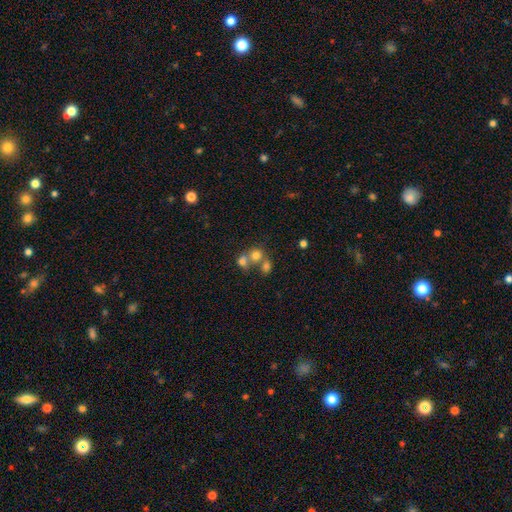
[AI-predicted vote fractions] A smooth galaxy with no disk features (70%) that is round (71%).

Vote fractions:
- Smooth or featured? smooth: 70% / featured or disk: 16% / star or artifact: 14%
- How rounded? round: 71% / in between: 28% / cigar-shaped: 1%
- Merging? merger: 55% / none: 33% / minor disturbance: 7% / major disturbance: 5%